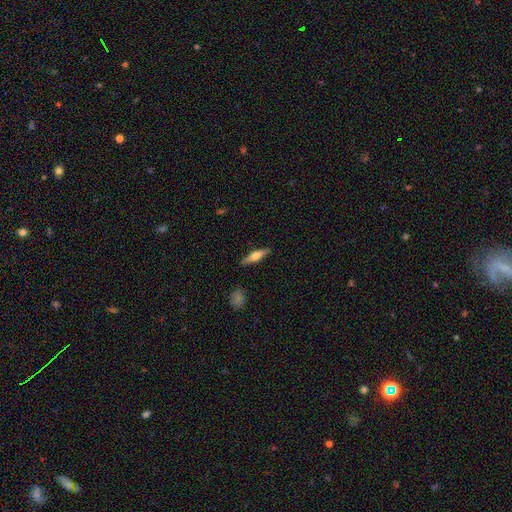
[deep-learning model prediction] Q: Smooth or featured?
A: featured or disk (48%); runner-up: smooth (46%)
Q: Merging?
A: none (88%); runner-up: minor disturbance (8%)